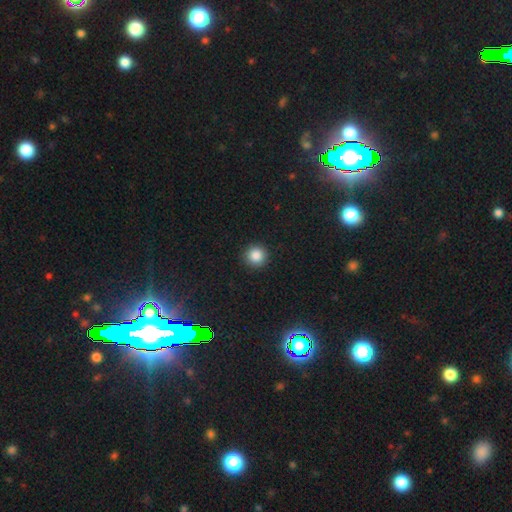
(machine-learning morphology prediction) Q: Smooth or featured?
A: smooth (86%); runner-up: star or artifact (10%)
Q: How rounded?
A: round (95%); runner-up: in between (4%)
Q: Merging?
A: none (92%); runner-up: minor disturbance (5%)